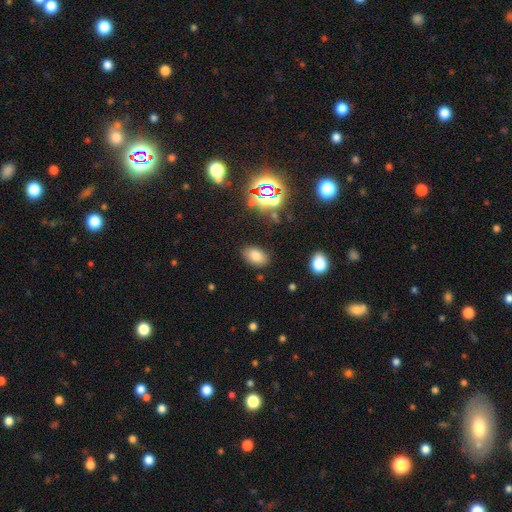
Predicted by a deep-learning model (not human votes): A smooth galaxy with no disk features (76%) that is in between round and cigar-shaped (90%).

Vote fractions:
- Smooth or featured? smooth: 76% / star or artifact: 16% / featured or disk: 8%
- How rounded? in between: 90% / round: 9% / cigar-shaped: 1%
- Merging? none: 83% / minor disturbance: 11% / major disturbance: 3% / merger: 2%